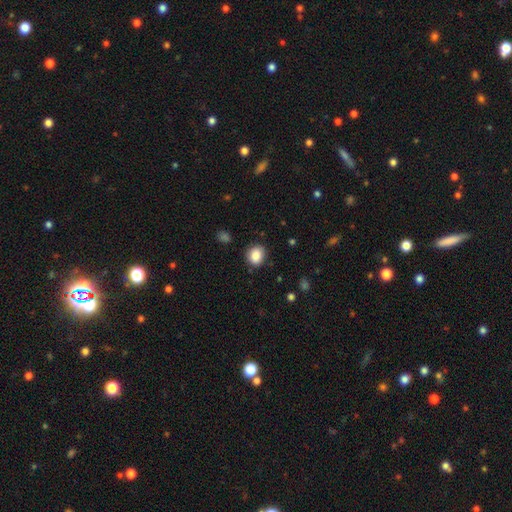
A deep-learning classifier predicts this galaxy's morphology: Q: Smooth or featured?
A: smooth (86%); runner-up: star or artifact (9%)
Q: How rounded?
A: round (69%); runner-up: in between (30%)
Q: Merging?
A: none (86%); runner-up: minor disturbance (10%)